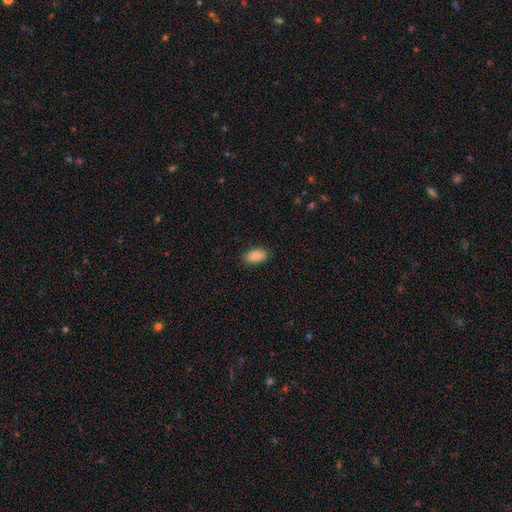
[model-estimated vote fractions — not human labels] smooth_or_featured: smooth (p=0.89) [alt: star or artifact p=0.07]
how_rounded: in between (p=0.93) [alt: round p=0.05]
merging: none (p=0.88) [alt: minor disturbance p=0.09]